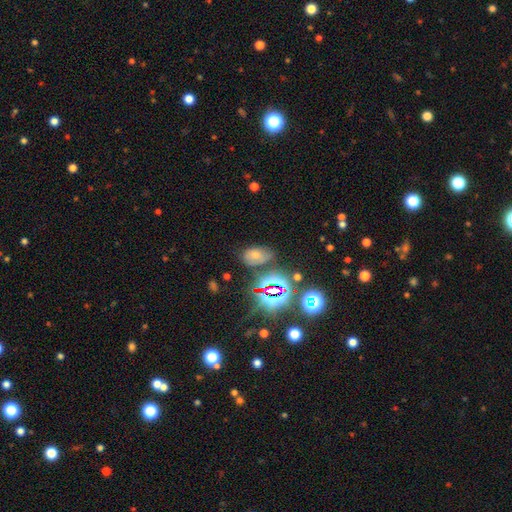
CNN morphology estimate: Smooth or featured? Predicted: smooth (p=0.49). Merging? Predicted: none (p=0.61).